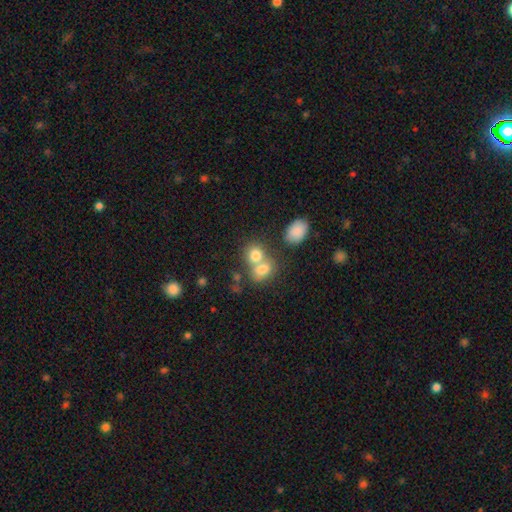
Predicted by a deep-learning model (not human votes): A smooth galaxy with no disk features (77%) that is round (58%). Merging: merger (56%).